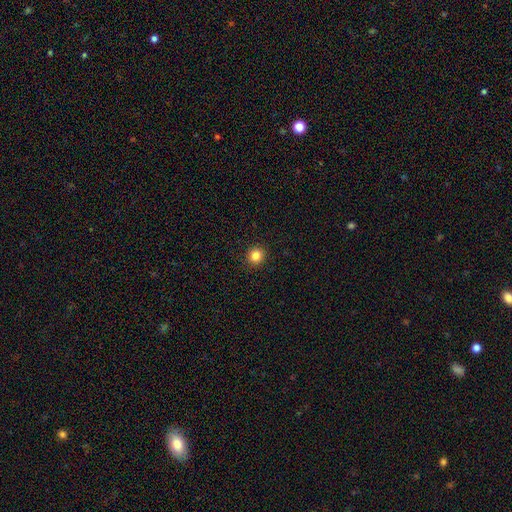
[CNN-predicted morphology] The model was most divided on "smooth or featured": smooth: 85%, star or artifact: 11%, featured or disk: 4%. More confident: how rounded — round (93%); merging — none (93%).